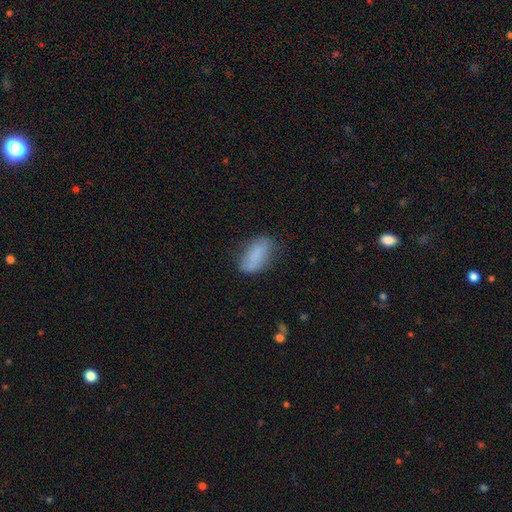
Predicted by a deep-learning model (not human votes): Smooth or featured?
  - smooth: 79% *
  - featured or disk: 13%
  - star or artifact: 8%
How rounded?
  - in between: 91% *
  - cigar-shaped: 5%
  - round: 4%
Merging?
  - none: 63% *
  - minor disturbance: 26%
  - major disturbance: 9%
  - merger: 2%